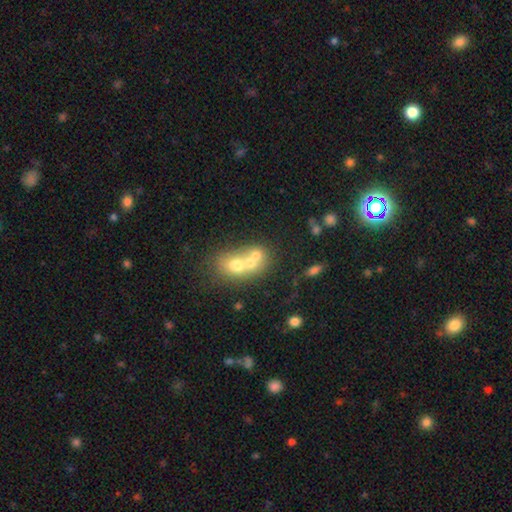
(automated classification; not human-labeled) Smooth or featured: smooth — 57% (featured or disk — 30%)
How rounded: round — 54% (in between — 45%)
Merging: merger — 66% (none — 23%)